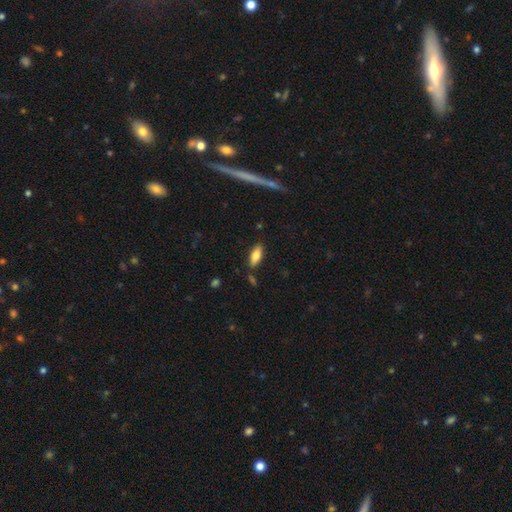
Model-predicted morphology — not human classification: Smooth or featured: smooth — 75% (featured or disk — 18%)
How rounded: in between — 76% (cigar-shaped — 22%)
Merging: none — 83% (minor disturbance — 11%)